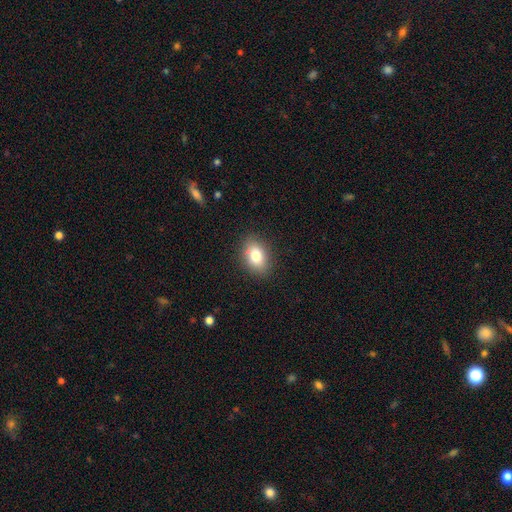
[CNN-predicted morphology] Overall: smooth (79%). How rounded: in between (77%). Merging: none (86%).